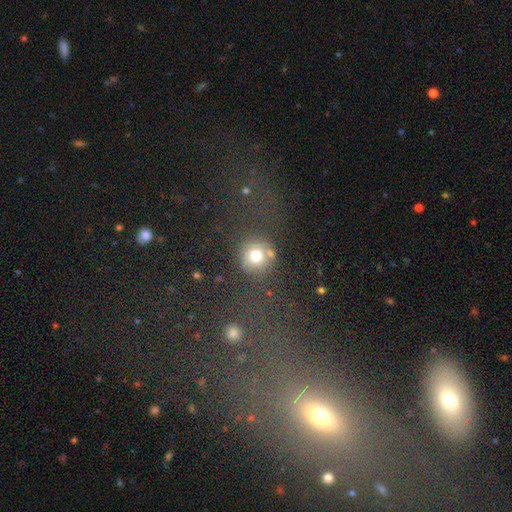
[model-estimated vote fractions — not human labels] A smooth galaxy with no disk features (74%) that is round (85%). Merging: none (65%).